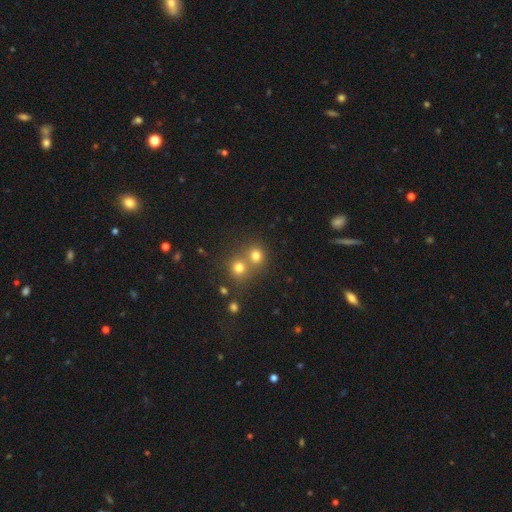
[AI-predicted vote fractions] smooth-or-featured: smooth: 75% | star or artifact: 16% | featured or disk: 9%
  how-rounded: round: 85% | in between: 15% | cigar-shaped: 1%
  merging: none: 48% | merger: 44% | minor disturbance: 6% | major disturbance: 3%